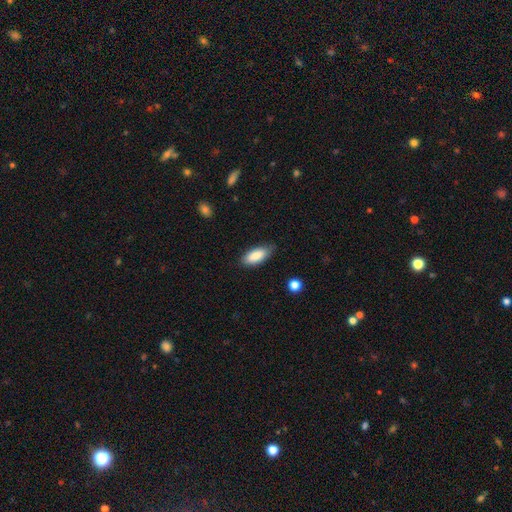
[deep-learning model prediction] smooth 86%, featured or disk 8%, star or artifact 6%. Down the decision tree: how rounded — in between (84%); merging — none (80%).